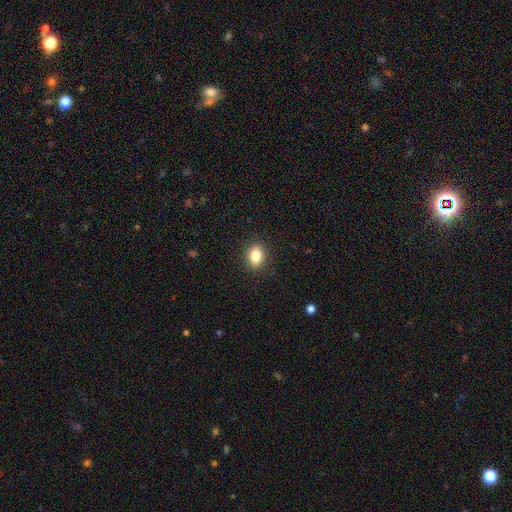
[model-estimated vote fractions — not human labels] smooth-or-featured: smooth: 85% | star or artifact: 9% | featured or disk: 6%
  how-rounded: in between: 67% | round: 31% | cigar-shaped: 1%
  merging: none: 90% | minor disturbance: 7% | major disturbance: 2% | merger: 1%